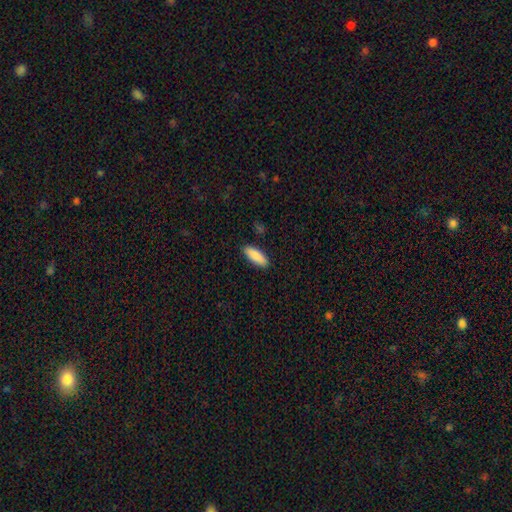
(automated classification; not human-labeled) Smooth or featured?
  - smooth: 89% *
  - star or artifact: 6%
  - featured or disk: 5%
How rounded?
  - in between: 62% *
  - cigar-shaped: 36%
  - round: 2%
Merging?
  - none: 89% *
  - minor disturbance: 8%
  - major disturbance: 2%
  - merger: 1%